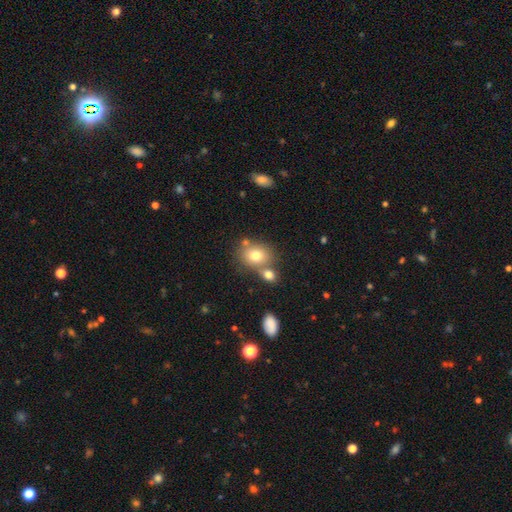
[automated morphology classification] A smooth galaxy with no disk features (75%) that is round (56%). Merging: none (55%).